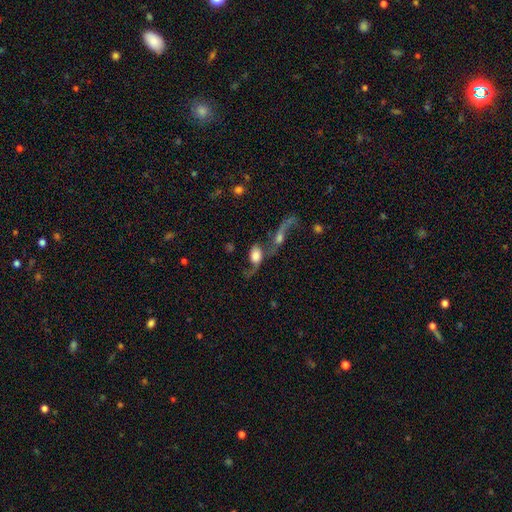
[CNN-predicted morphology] Overall: smooth (49%; featured or disk 41%). Merging: merger (64%).